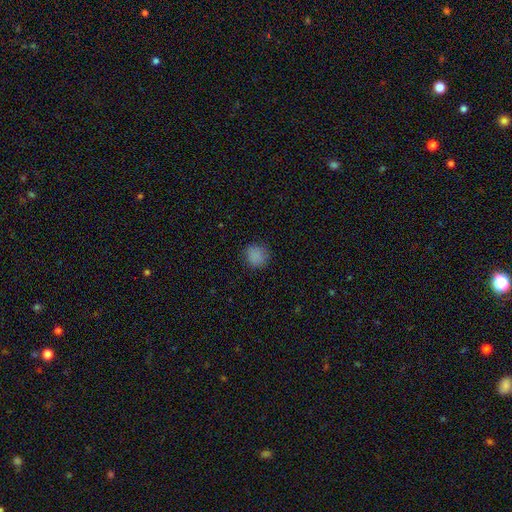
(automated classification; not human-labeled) smooth 84%, star or artifact 12%, featured or disk 4%. Down the decision tree: how rounded — round (88%); merging — none (85%).